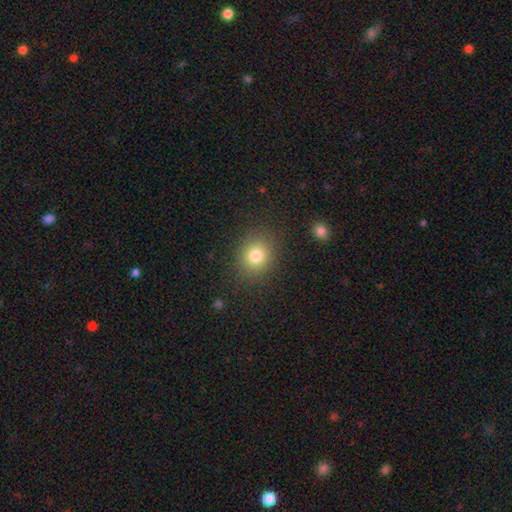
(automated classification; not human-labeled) Morphology: type=smooth (79%); roundness=round (69%); merging=none (86%).